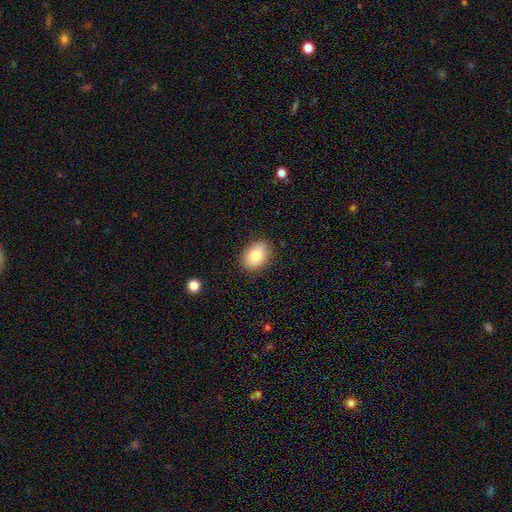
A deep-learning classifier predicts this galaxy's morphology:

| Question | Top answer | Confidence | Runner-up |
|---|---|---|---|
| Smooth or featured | smooth | 84% | featured or disk (9%) |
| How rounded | in between | 76% | round (23%) |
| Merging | none | 86% | minor disturbance (10%) |